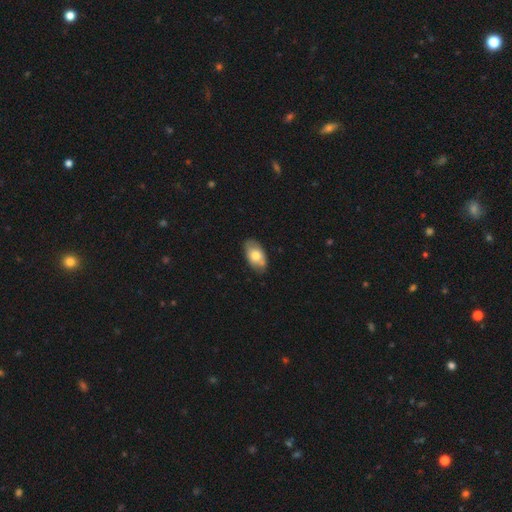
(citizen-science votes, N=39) smooth_or_featured: smooth (p=0.69) [alt: featured or disk p=0.21]
how_rounded: in between (p=0.93) [alt: cigar-shaped p=0.07]
merging: none (p=0.69) [alt: minor disturbance p=0.17]